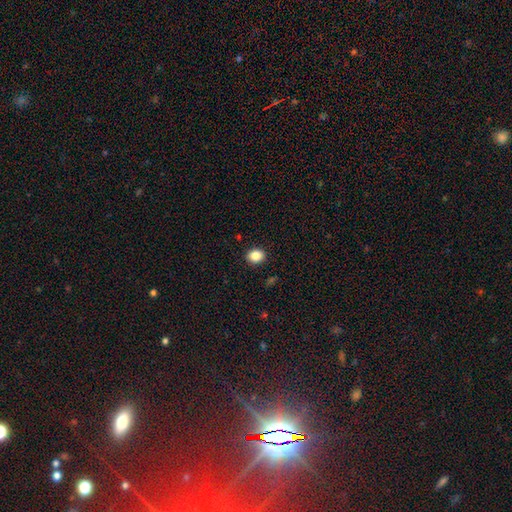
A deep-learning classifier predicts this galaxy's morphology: Q: Smooth or featured?
A: smooth (87%); runner-up: star or artifact (10%)
Q: How rounded?
A: round (58%); runner-up: in between (41%)
Q: Merging?
A: none (91%); runner-up: minor disturbance (6%)